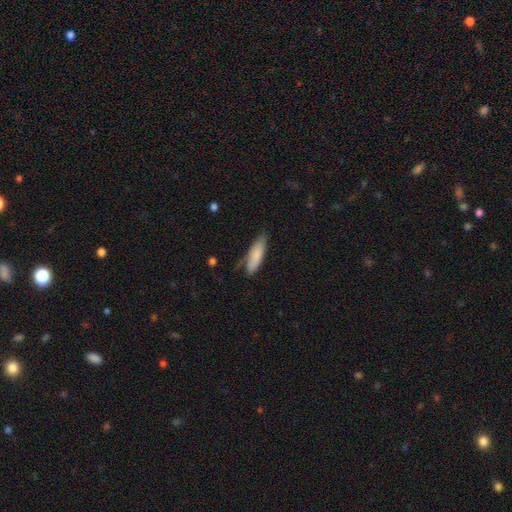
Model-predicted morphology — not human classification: A smooth galaxy with no disk features (81%) that is in between round and cigar-shaped (59%). Merging: none (62%).